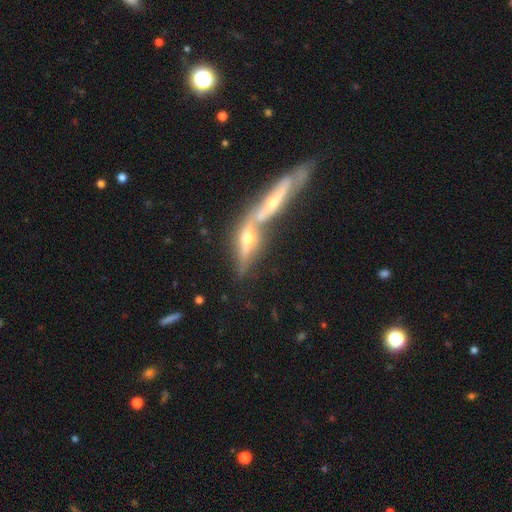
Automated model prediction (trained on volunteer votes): Smooth or featured: featured or disk — 70% (smooth — 21%)
Edge-on disk: yes — 77% (no — 23%)
Edge-on bulge: rounded — 84% (none — 10%)
Merging: merger — 58% (none — 30%)